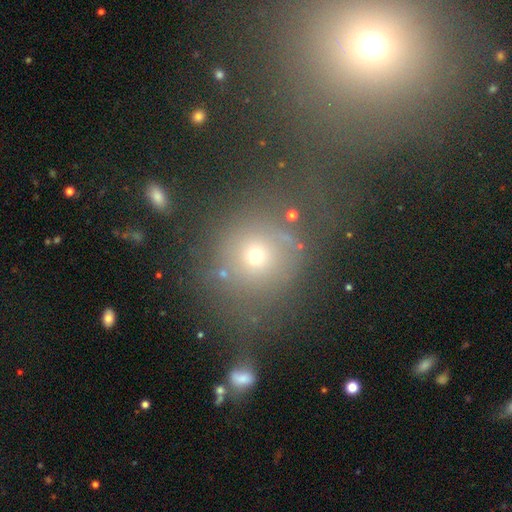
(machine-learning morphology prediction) A smooth galaxy with no disk features (51%) that is round (86%). Merging: none (67%).